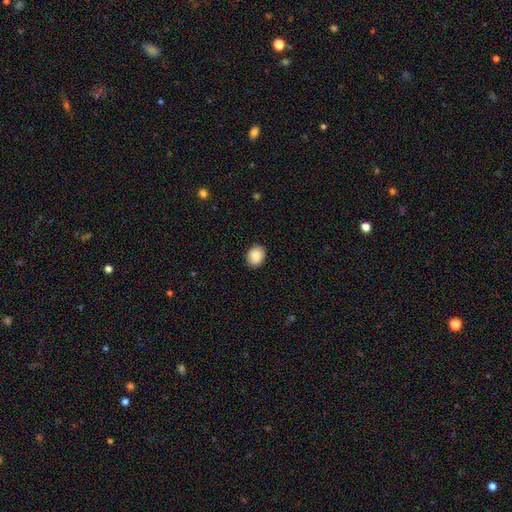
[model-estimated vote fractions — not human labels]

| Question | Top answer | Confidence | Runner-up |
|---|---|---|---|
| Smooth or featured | smooth | 89% | star or artifact (7%) |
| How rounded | in between | 55% | round (44%) |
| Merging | none | 89% | minor disturbance (8%) |